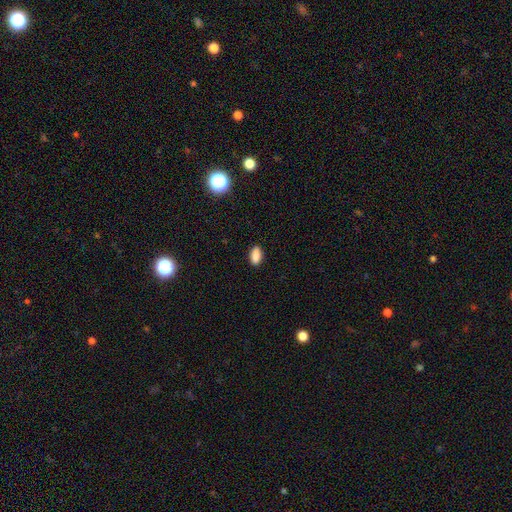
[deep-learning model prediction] A smooth galaxy with no disk features (88%) that is in between round and cigar-shaped (89%).

Vote fractions:
- Smooth or featured? smooth: 88% / star or artifact: 8% / featured or disk: 4%
- How rounded? in between: 89% / cigar-shaped: 7% / round: 4%
- Merging? none: 89% / minor disturbance: 8% / major disturbance: 2% / merger: 1%